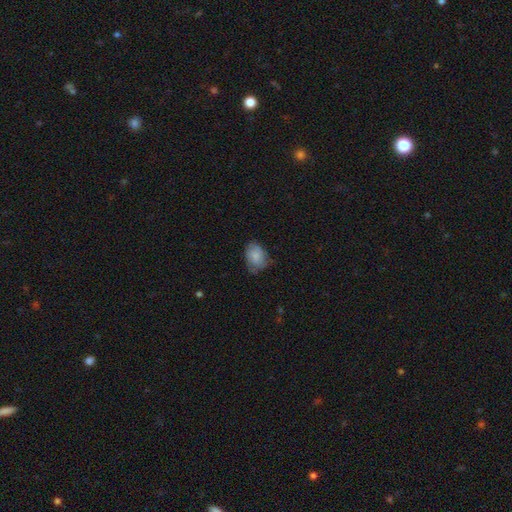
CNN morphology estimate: smooth_or_featured: smooth (p=0.75) [alt: featured or disk p=0.17]
how_rounded: in between (p=0.74) [alt: round p=0.24]
merging: none (p=0.58) [alt: minor disturbance p=0.32]